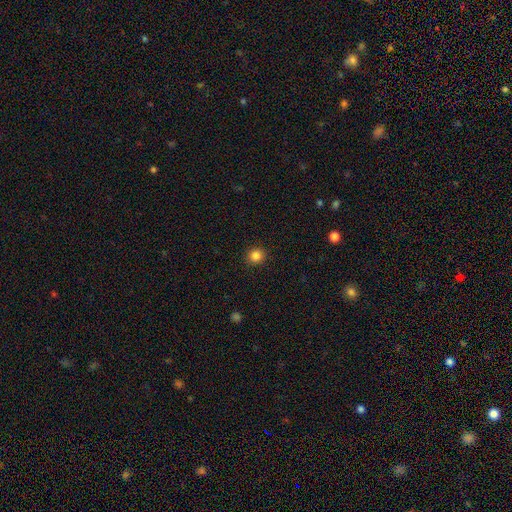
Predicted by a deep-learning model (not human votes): Morphology: type=smooth (84%); roundness=round (91%); merging=none (92%).